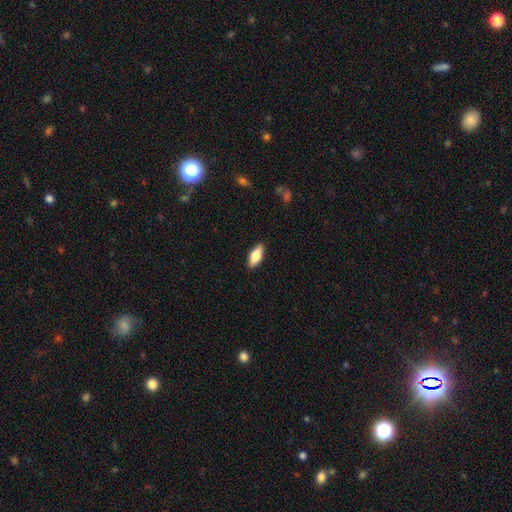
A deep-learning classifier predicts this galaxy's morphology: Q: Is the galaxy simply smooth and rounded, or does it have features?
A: smooth — 73%.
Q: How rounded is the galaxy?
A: in between — 78%.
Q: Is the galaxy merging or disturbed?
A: none — 89%.